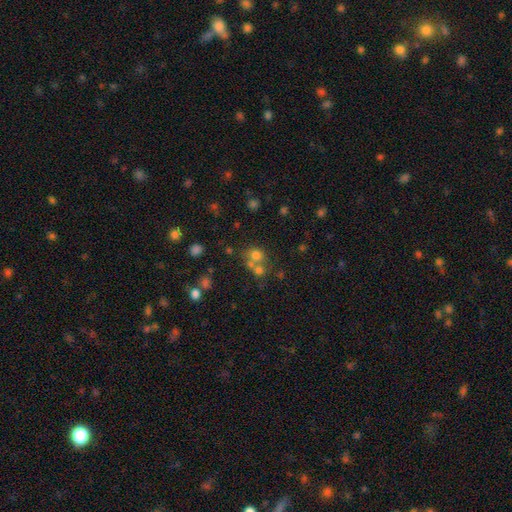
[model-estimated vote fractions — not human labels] Morphology: type=smooth (67%); roundness=round (80%); merging=merger (44%, tied with none).